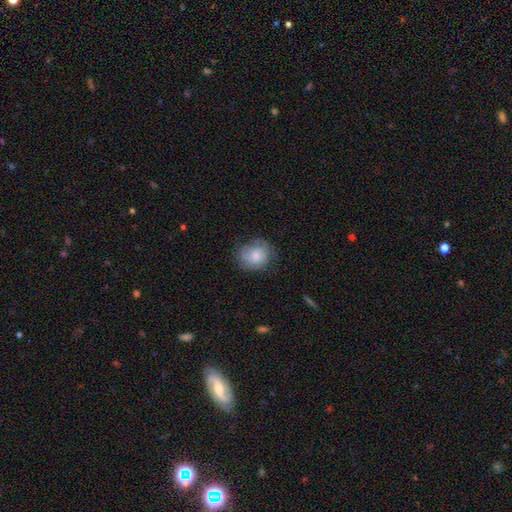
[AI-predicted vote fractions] This appears to be a smooth galaxy with no disk features (73%) that is round (68%). Merging: none (60%).